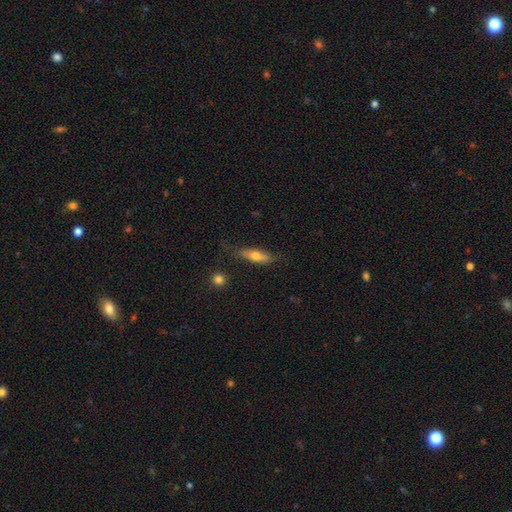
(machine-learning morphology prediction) A smooth galaxy with no disk features (60%) that is cigar-shaped (53%). Merging: none (72%).